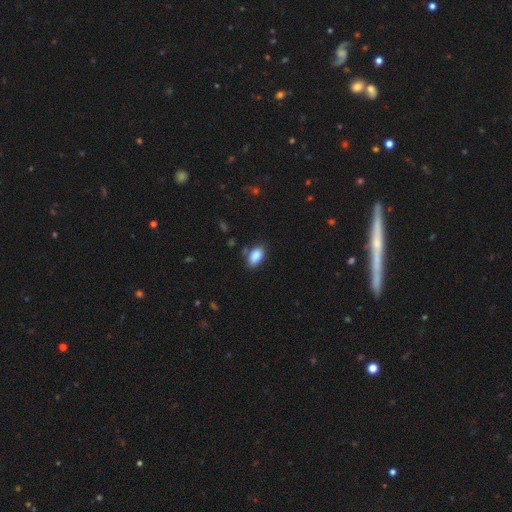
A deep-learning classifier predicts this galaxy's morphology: Smooth or featured? smooth (88%)
How rounded? in between (92%)
Merging? none (77%)